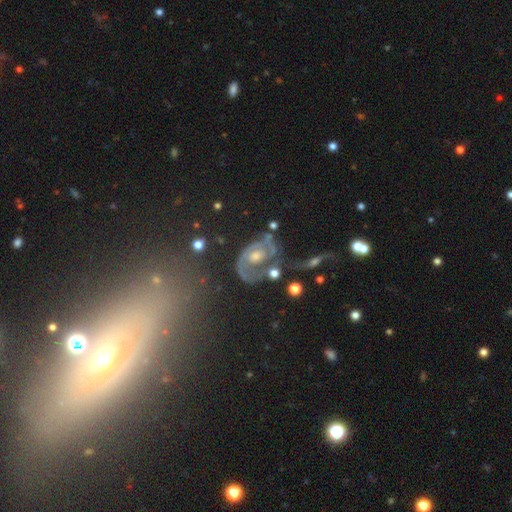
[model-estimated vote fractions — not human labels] featured or disk 76%, smooth 13%, star or artifact 10%. Down the decision tree: edge-on disk — no (96%); bar — no (68%); spiral arms — yes (78%); spiral arm count — 2 (52%); spiral winding — medium (40%); bulge size — moderate (61%); merging — none (37%).